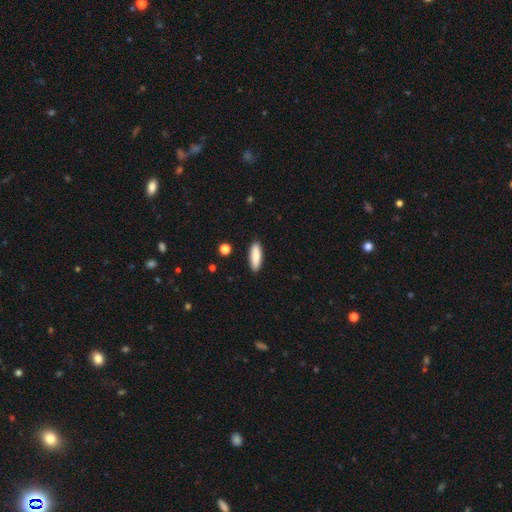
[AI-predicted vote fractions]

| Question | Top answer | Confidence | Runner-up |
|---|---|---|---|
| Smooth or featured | smooth | 85% | featured or disk (10%) |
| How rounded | cigar-shaped | 52% | in between (46%) |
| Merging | none | 89% | minor disturbance (8%) |